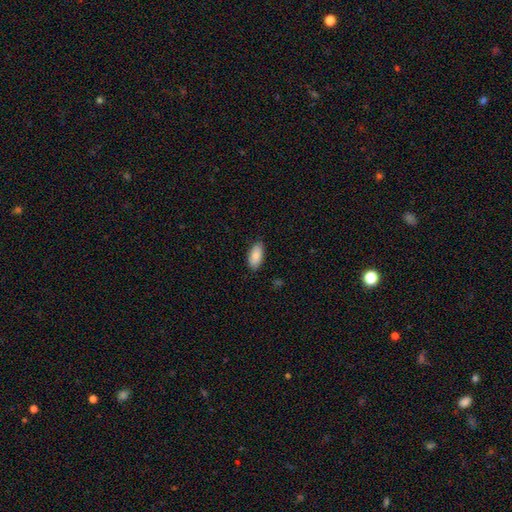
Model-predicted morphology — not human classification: smooth-or-featured: smooth: 87% | featured or disk: 7% | star or artifact: 6%
  how-rounded: in between: 93% | cigar-shaped: 5% | round: 2%
  merging: none: 84% | minor disturbance: 13% | major disturbance: 2% | merger: 1%